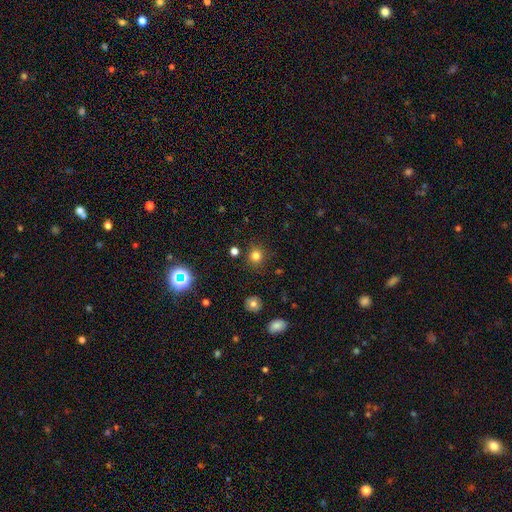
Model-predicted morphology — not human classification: type=smooth (78%); roundness=round (92%); merging=none (87%).